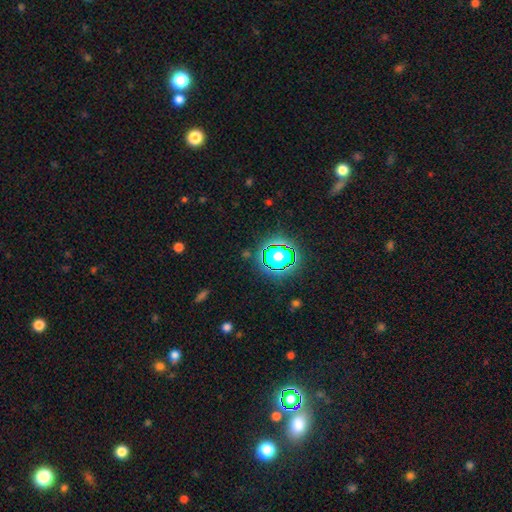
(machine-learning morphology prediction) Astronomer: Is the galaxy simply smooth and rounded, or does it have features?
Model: star or artifact — 79%.